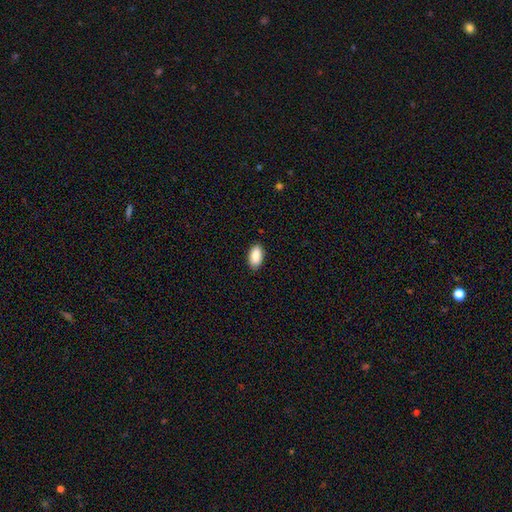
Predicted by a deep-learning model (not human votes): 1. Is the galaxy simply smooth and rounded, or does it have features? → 88% smooth, 7% star or artifact, 5% featured or disk.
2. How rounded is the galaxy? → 94% in between, 3% cigar-shaped, 3% round.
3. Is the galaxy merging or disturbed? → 88% none, 9% minor disturbance, 2% major disturbance, 1% merger.